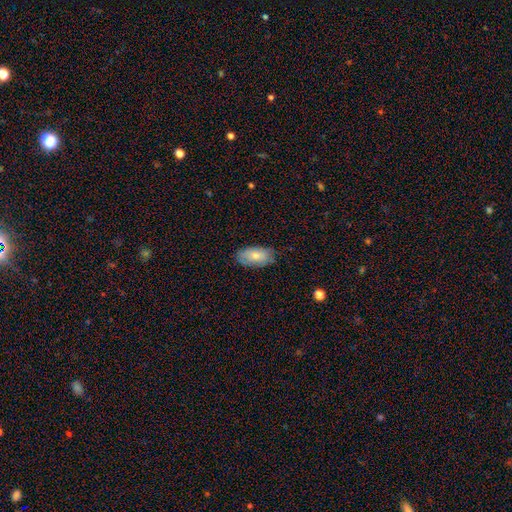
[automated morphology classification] type=smooth (74%); roundness=in between (93%); merging=none (77%).